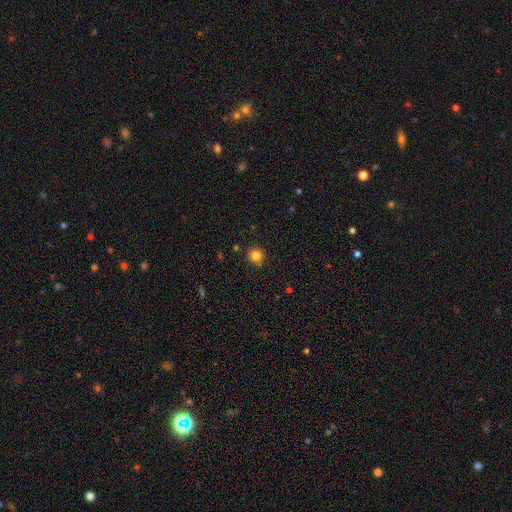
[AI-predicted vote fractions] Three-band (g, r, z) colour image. It shows a smooth galaxy with no disk features (83%) that is round (91%). Merging: none (86%).